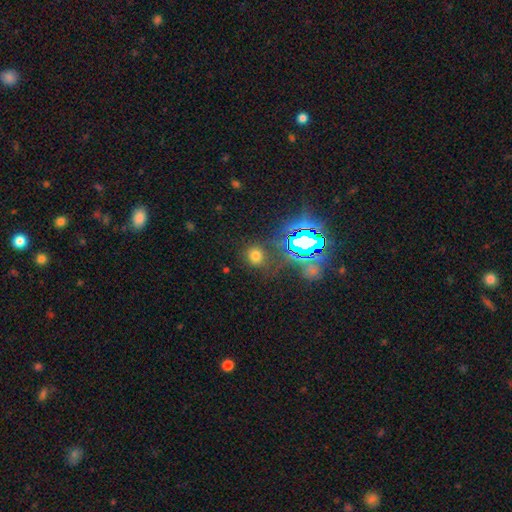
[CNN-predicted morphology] Smooth or featured?
  - smooth: 64% *
  - star or artifact: 29%
  - featured or disk: 7%
How rounded?
  - round: 83% *
  - in between: 15%
  - cigar-shaped: 1%
Merging?
  - none: 82% *
  - minor disturbance: 10%
  - major disturbance: 5%
  - merger: 4%